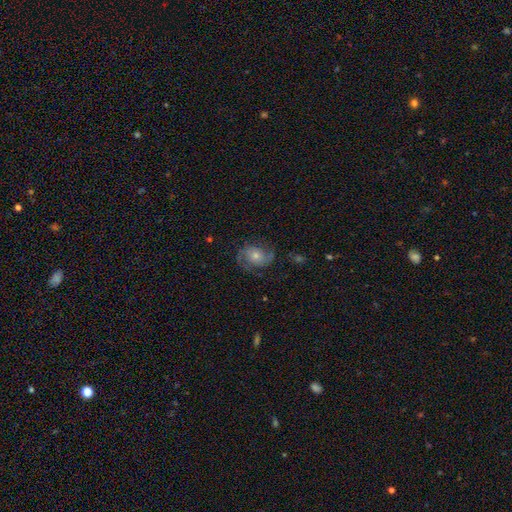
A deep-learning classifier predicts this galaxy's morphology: Smooth or featured? Predicted: featured or disk (p=0.69). Edge-on disk? Predicted: no (p=0.97). Bar? Predicted: no (p=0.75). Spiral arms? Predicted: yes (p=0.90). Spiral winding? Predicted: medium (p=0.47). Spiral arm count? Predicted: 2 (p=0.85). Bulge size? Predicted: small (p=0.47). Merging? Predicted: none (p=0.67).